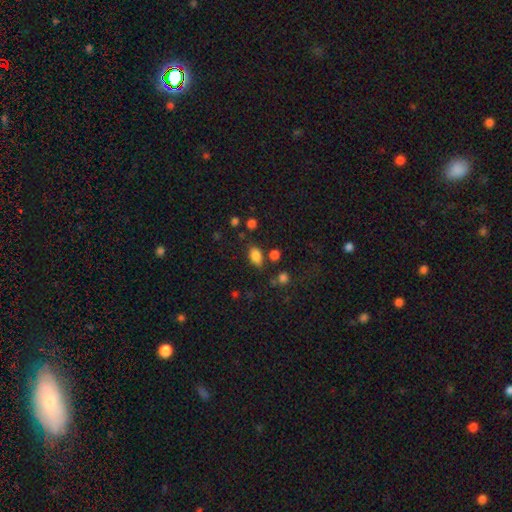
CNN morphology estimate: A smooth galaxy with no disk features (83%) that is in between round and cigar-shaped (87%). Merging: none (74%).